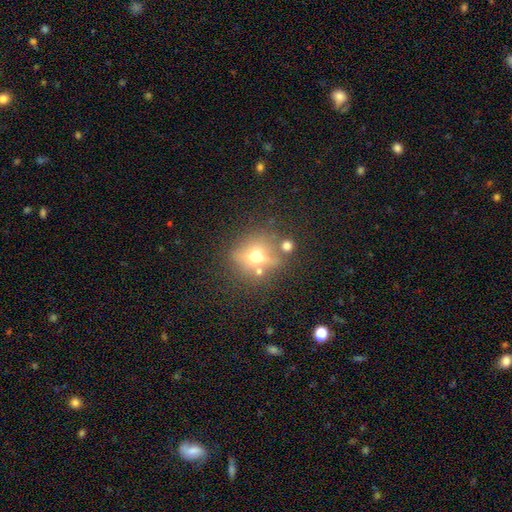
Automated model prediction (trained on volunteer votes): Smooth or featured? smooth (45%)
Merging? none (70%)